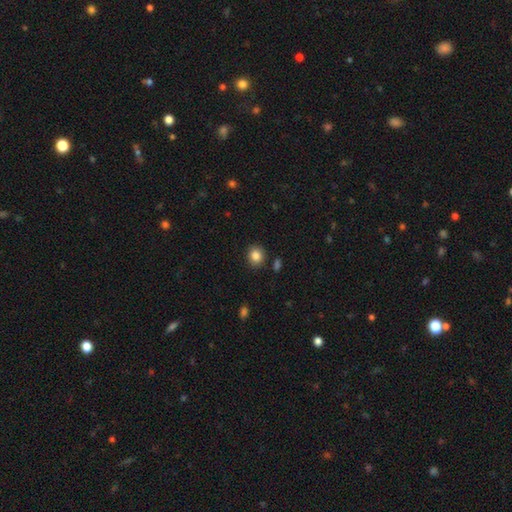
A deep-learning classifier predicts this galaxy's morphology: Smooth or featured: smooth — 85% (star or artifact — 10%)
How rounded: round — 76% (in between — 23%)
Merging: none — 87% (minor disturbance — 8%)